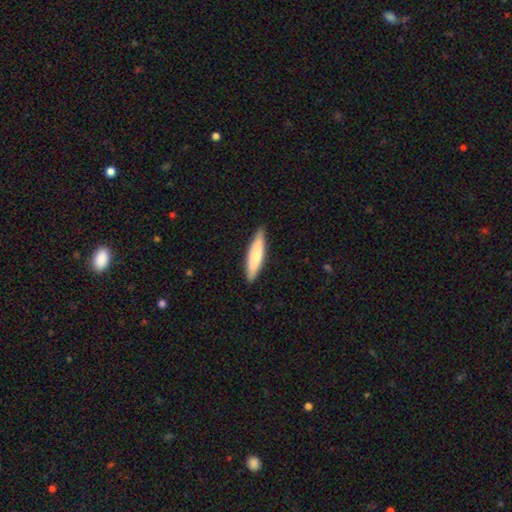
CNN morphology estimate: smooth_or_featured: smooth (p=0.70) [alt: featured or disk p=0.25]
how_rounded: cigar-shaped (p=0.80) [alt: in between p=0.18]
merging: none (p=0.88) [alt: minor disturbance p=0.10]